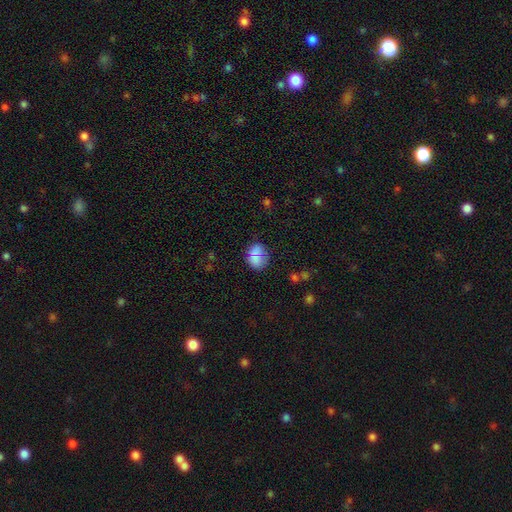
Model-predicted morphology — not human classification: A smooth galaxy with no disk features (74%) that is round (60%).

Vote fractions:
- Smooth or featured? smooth: 74% / star or artifact: 15% / featured or disk: 11%
- How rounded? round: 60% / in between: 39% / cigar-shaped: 1%
- Merging? none: 67% / minor disturbance: 17% / merger: 11% / major disturbance: 6%